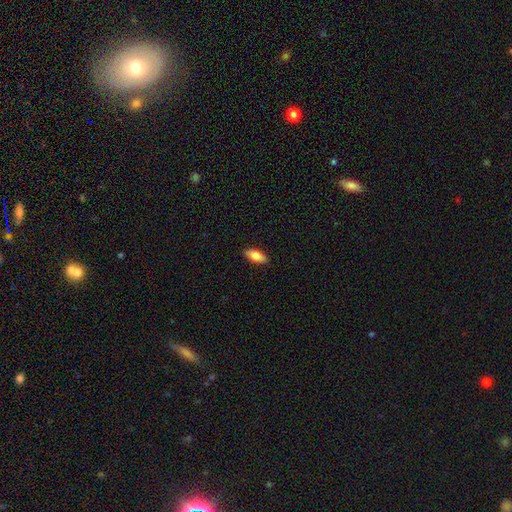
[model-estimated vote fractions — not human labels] A smooth galaxy with no disk features (81%) that is in between round and cigar-shaped (83%).

Vote fractions:
- Smooth or featured? smooth: 81% / featured or disk: 12% / star or artifact: 6%
- How rounded? in between: 83% / cigar-shaped: 15% / round: 2%
- Merging? none: 89% / minor disturbance: 8% / major disturbance: 2% / merger: 1%